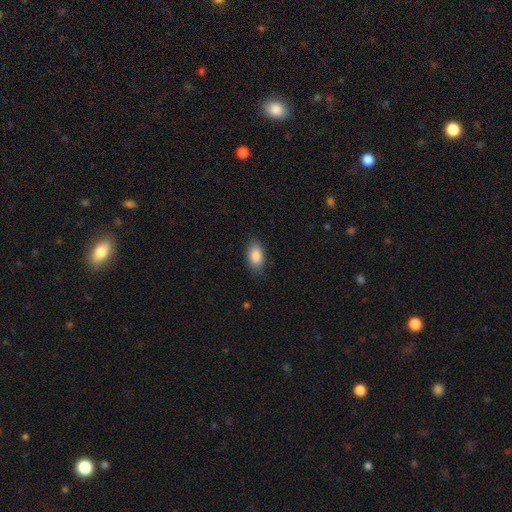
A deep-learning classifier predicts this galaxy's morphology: The model was most divided on "merging": none: 83%, minor disturbance: 13%, major disturbance: 3%, merger: 1%. More confident: how rounded — in between (92%); smooth or featured — smooth (87%).